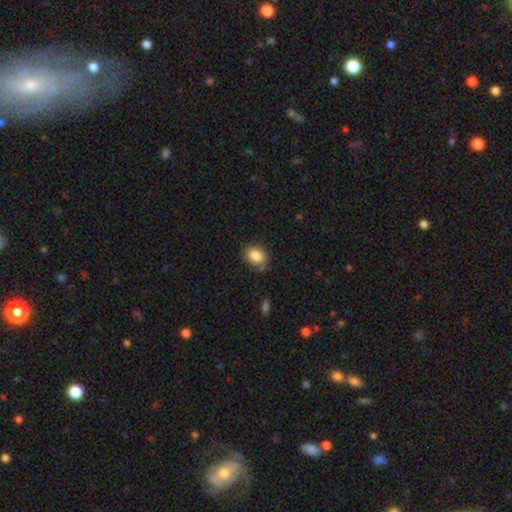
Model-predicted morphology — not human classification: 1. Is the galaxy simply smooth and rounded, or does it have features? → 85% smooth, 9% star or artifact, 6% featured or disk.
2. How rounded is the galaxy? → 55% in between, 44% round, 1% cigar-shaped.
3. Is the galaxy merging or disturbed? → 70% none, 21% minor disturbance, 5% major disturbance, 4% merger.